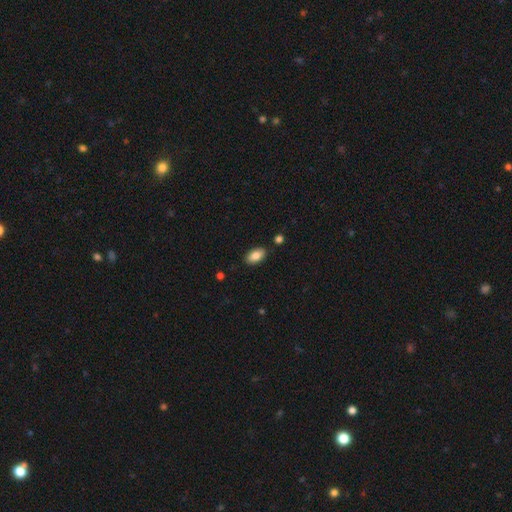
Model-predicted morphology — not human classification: smooth_or_featured: smooth (p=0.85) [alt: featured or disk p=0.07]
how_rounded: in between (p=0.93) [alt: round p=0.05]
merging: none (p=0.86) [alt: minor disturbance p=0.09]